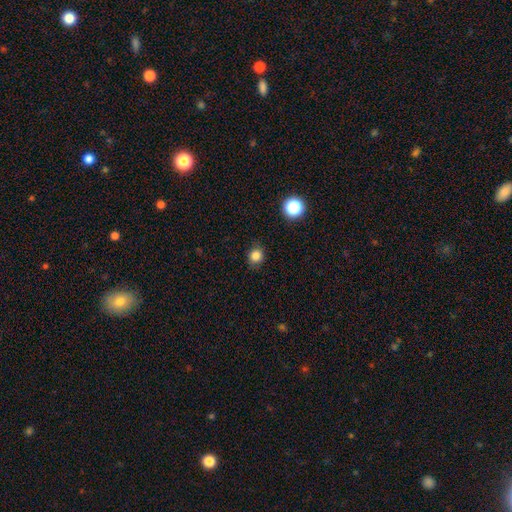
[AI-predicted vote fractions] This appears to be a smooth galaxy with no disk features (83%) that is round (82%). Merging: none (86%).